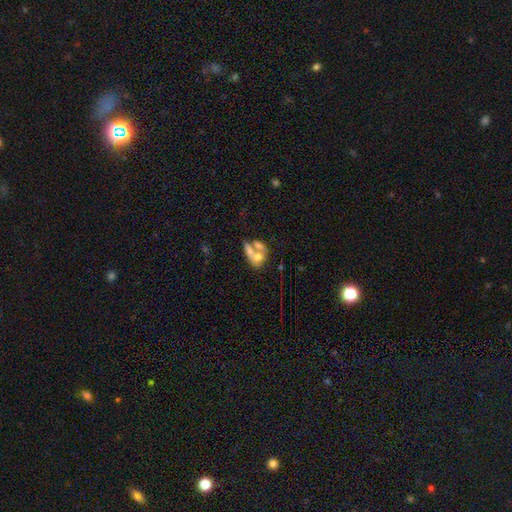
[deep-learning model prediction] Q: Smooth or featured?
A: smooth (56%); runner-up: featured or disk (34%)
Q: How rounded?
A: in between (70%); runner-up: round (26%)
Q: Merging?
A: merger (63%); runner-up: none (21%)